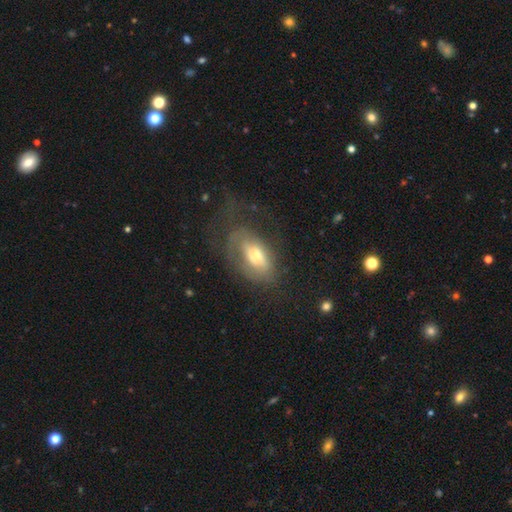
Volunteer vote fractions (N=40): Smooth or featured? 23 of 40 (57%) said featured or disk. Edge-on disk? 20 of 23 (87%) said no. Bar? 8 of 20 (40%) said no. Spiral arms? 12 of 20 (60%) said no. Bulge size? 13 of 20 (65%) said moderate. Merging? 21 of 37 (57%) said major disturbance.